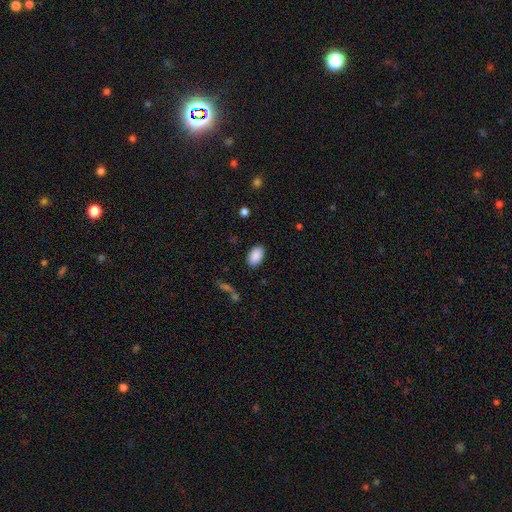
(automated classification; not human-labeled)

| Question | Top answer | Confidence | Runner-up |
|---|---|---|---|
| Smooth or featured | smooth | 89% | star or artifact (7%) |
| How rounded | in between | 93% | round (6%) |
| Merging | none | 87% | minor disturbance (9%) |